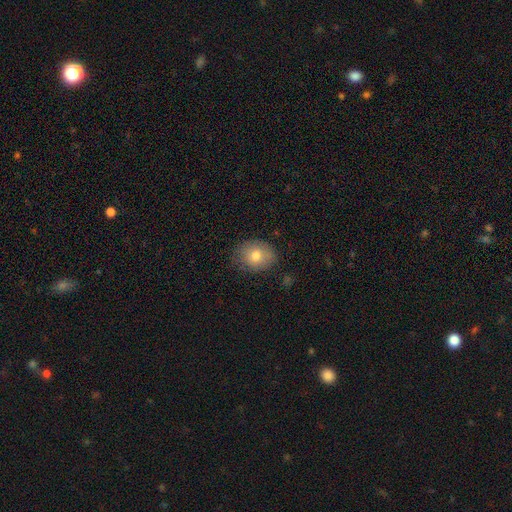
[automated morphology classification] smooth-or-featured: smooth: 76% | featured or disk: 15% | star or artifact: 9%
  how-rounded: round: 54% | in between: 45% | cigar-shaped: 1%
  merging: none: 77% | minor disturbance: 18% | major disturbance: 4% | merger: 1%